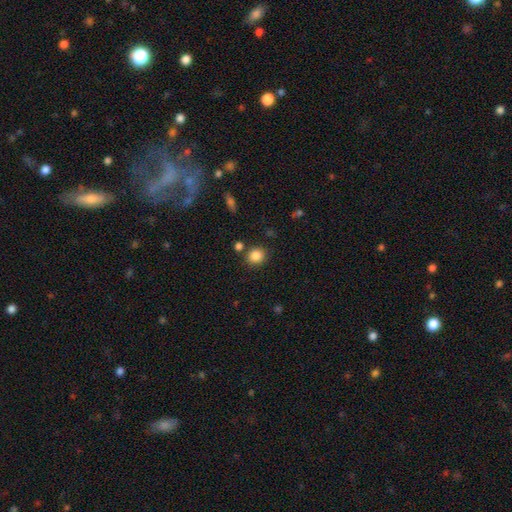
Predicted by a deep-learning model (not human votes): Q: Smooth or featured?
A: smooth (86%); runner-up: star or artifact (10%)
Q: How rounded?
A: round (82%); runner-up: in between (17%)
Q: Merging?
A: none (82%); runner-up: minor disturbance (9%)